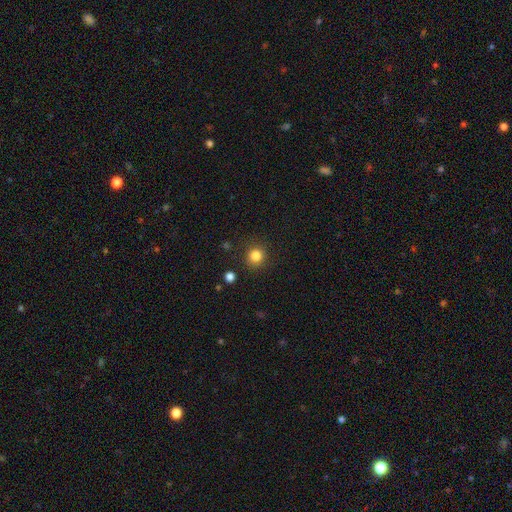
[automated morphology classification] The model was most divided on "smooth or featured": smooth: 84%, star or artifact: 12%, featured or disk: 4%. More confident: how rounded — round (92%); merging — none (89%).